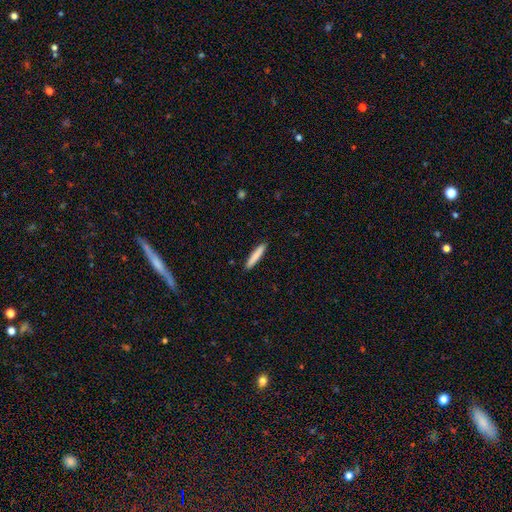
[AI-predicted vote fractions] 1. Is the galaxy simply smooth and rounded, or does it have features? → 83% smooth, 11% featured or disk, 6% star or artifact.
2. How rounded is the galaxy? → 93% cigar-shaped, 6% in between, 1% round.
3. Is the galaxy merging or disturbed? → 91% none, 6% minor disturbance, 1% major disturbance, 1% merger.